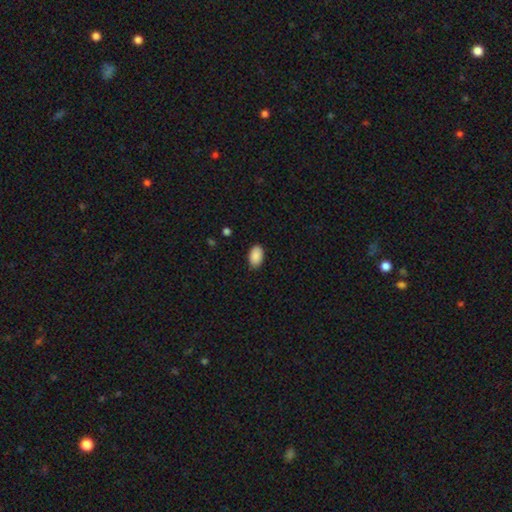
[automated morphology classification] The model was most divided on "merging": none: 86%, minor disturbance: 10%, major disturbance: 2%, merger: 1%. More confident: how rounded — in between (92%); smooth or featured — smooth (90%).